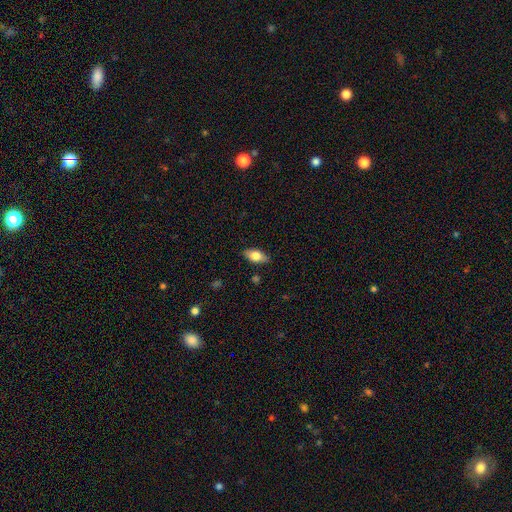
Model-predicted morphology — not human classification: smooth_or_featured: smooth (p=0.71) [alt: featured or disk p=0.22]
how_rounded: in between (p=0.87) [alt: cigar-shaped p=0.08]
merging: none (p=0.84) [alt: minor disturbance p=0.12]